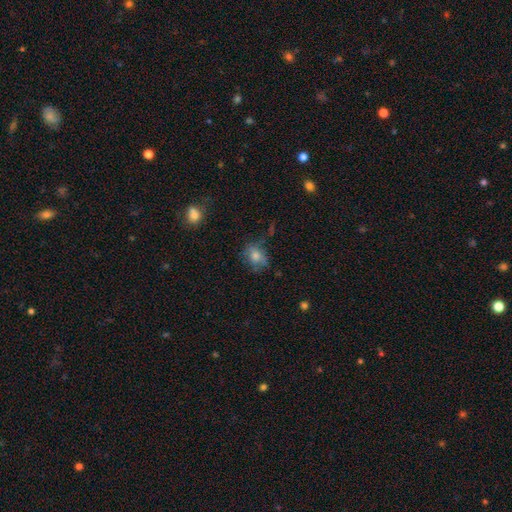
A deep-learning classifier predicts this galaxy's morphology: Smooth or featured? Predicted: smooth (p=0.63). How rounded? Predicted: in between (p=0.50). Merging? Predicted: none (p=0.59).